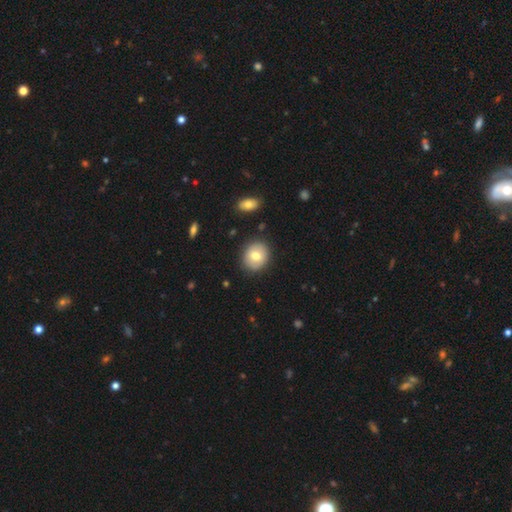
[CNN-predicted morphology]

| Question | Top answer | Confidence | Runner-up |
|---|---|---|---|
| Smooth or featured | smooth | 72% | featured or disk (21%) |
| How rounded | round | 70% | in between (29%) |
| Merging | none | 86% | minor disturbance (9%) |